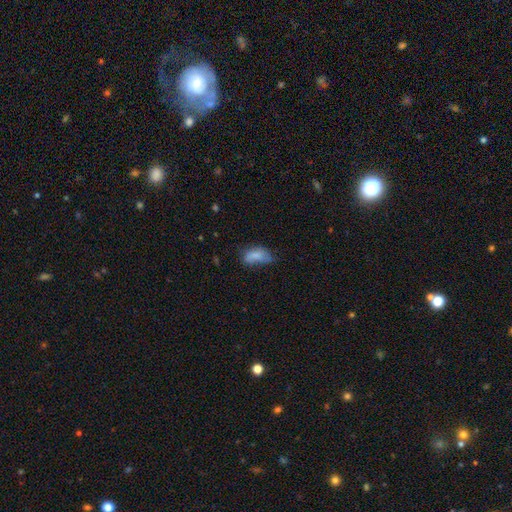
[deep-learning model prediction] Overall: smooth (75%). How rounded: in between (91%). Merging: minor disturbance (38%; none 33%).